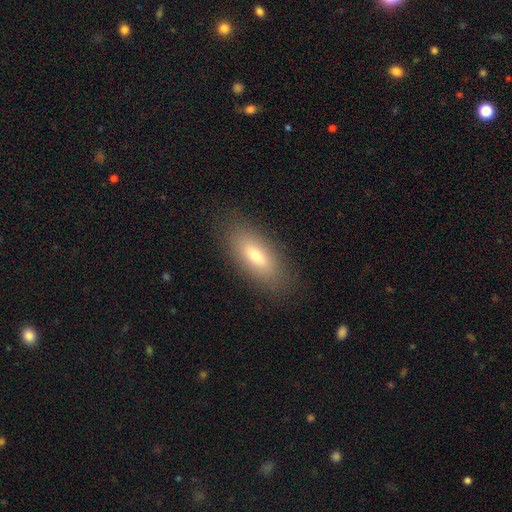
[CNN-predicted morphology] Q: Smooth or featured?
A: smooth (70%); runner-up: featured or disk (21%)
Q: How rounded?
A: in between (76%); runner-up: cigar-shaped (21%)
Q: Merging?
A: none (88%); runner-up: minor disturbance (9%)